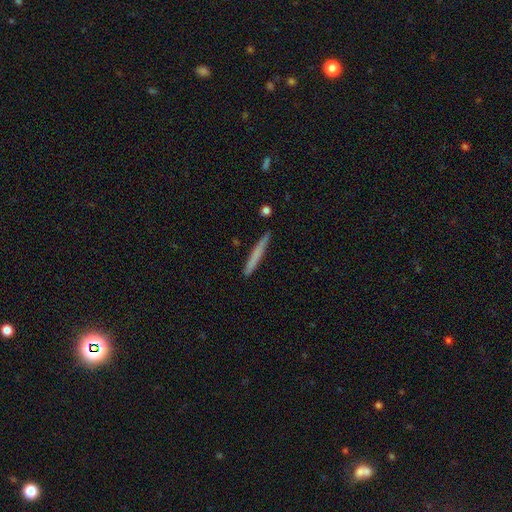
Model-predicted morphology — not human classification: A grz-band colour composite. It shows a smooth galaxy with no disk features (66%) that is cigar-shaped (97%). Merging: none (89%).